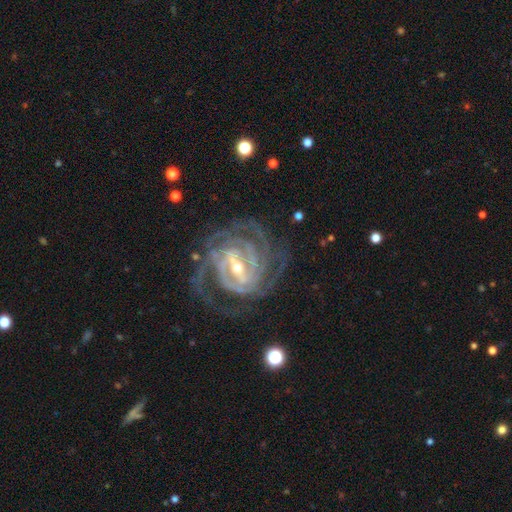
This appears to be a featured or disk galaxy (95%) with a strong bar (66%), 4 (53%) tight (76%) spiral arms (97%) and a small central bulge (51%). Merging: none (82%).